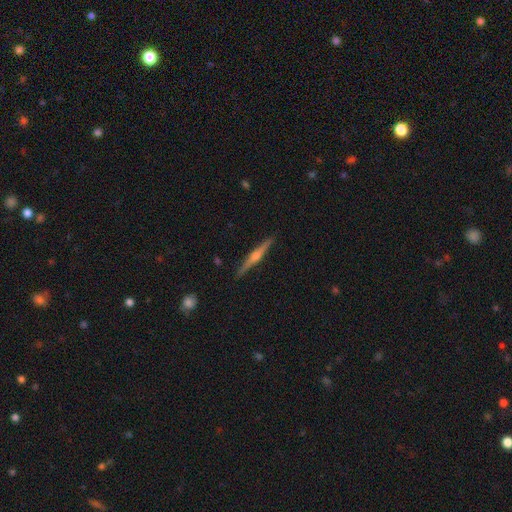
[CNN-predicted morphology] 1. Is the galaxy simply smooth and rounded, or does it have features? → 77% featured or disk, 18% smooth, 6% star or artifact.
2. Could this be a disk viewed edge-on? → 98% yes, 2% no.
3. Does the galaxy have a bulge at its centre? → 90% rounded, 5% none, 5% boxy.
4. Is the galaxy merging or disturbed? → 91% none, 6% minor disturbance, 1% major disturbance, 1% merger.